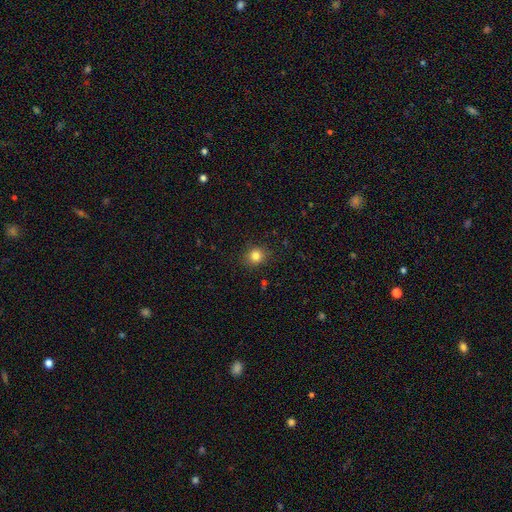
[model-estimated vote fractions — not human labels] Smooth or featured?
  - smooth: 82% *
  - star or artifact: 12%
  - featured or disk: 5%
How rounded?
  - round: 80% *
  - in between: 19%
  - cigar-shaped: 1%
Merging?
  - none: 87% *
  - minor disturbance: 9%
  - major disturbance: 3%
  - merger: 1%